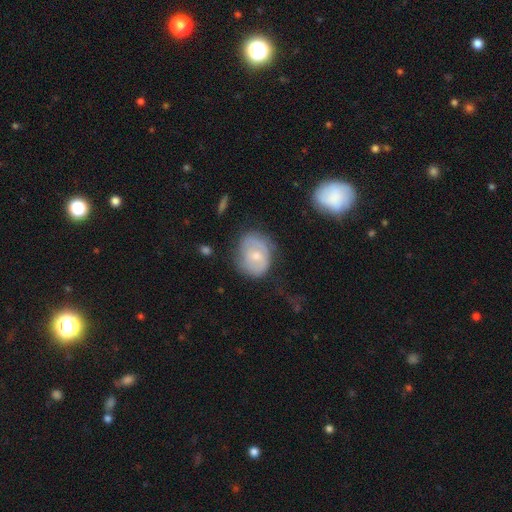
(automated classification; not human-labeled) Smooth or featured? Predicted: smooth (p=0.47). Merging? Predicted: none (p=0.54).